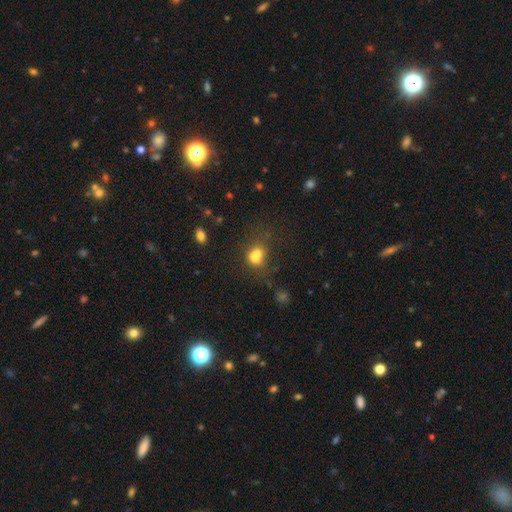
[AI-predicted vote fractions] smooth-or-featured: smooth: 70% | featured or disk: 16% | star or artifact: 15%
  how-rounded: round: 54% | in between: 45% | cigar-shaped: 1%
  merging: merger: 52% | none: 30% | minor disturbance: 11% | major disturbance: 7%